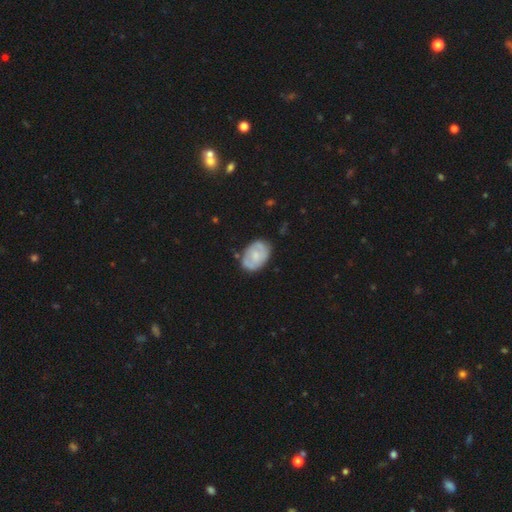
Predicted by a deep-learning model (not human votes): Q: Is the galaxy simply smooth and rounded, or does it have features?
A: smooth — 48%.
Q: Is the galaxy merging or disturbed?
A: none — 72%.